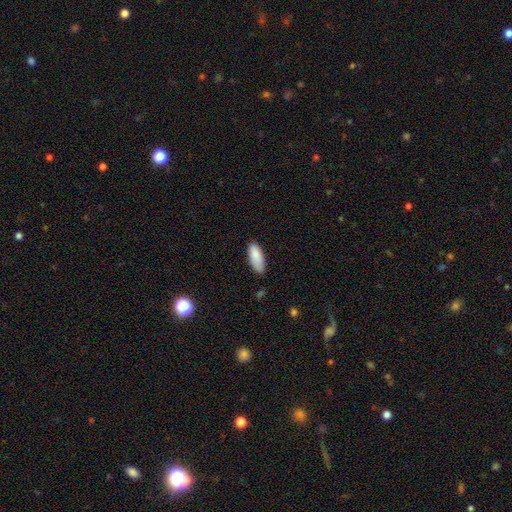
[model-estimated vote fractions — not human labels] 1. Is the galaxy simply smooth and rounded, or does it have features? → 87% smooth, 6% star or artifact, 6% featured or disk.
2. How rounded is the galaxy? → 78% in between, 20% cigar-shaped, 2% round.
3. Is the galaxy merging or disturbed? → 74% none, 21% minor disturbance, 3% major disturbance, 2% merger.